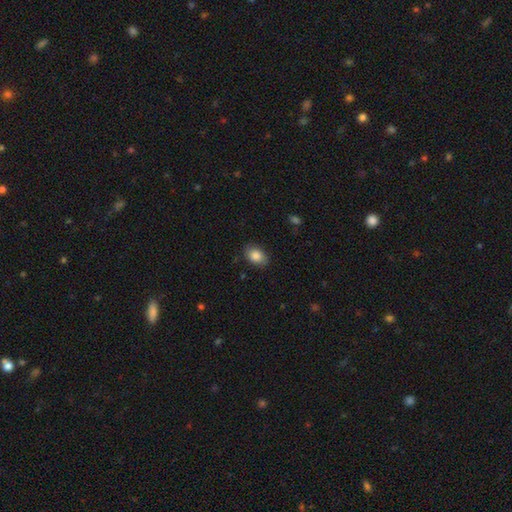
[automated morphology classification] Smooth or featured? Predicted: smooth (p=0.85). How rounded? Predicted: in between (p=0.82). Merging? Predicted: none (p=0.84).